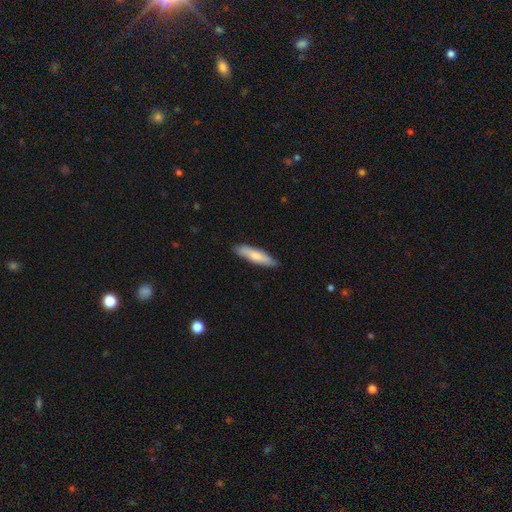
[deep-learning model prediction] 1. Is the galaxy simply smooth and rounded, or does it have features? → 71% smooth, 24% featured or disk, 5% star or artifact.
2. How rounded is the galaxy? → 73% cigar-shaped, 26% in between, 2% round.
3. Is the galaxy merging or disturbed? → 84% none, 13% minor disturbance, 2% major disturbance, 1% merger.